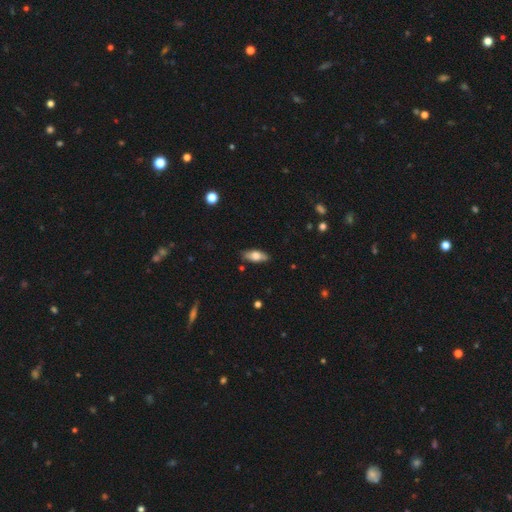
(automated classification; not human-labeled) Q: Smooth or featured?
A: smooth (65%); runner-up: featured or disk (28%)
Q: How rounded?
A: in between (78%); runner-up: cigar-shaped (19%)
Q: Merging?
A: none (82%); runner-up: minor disturbance (14%)